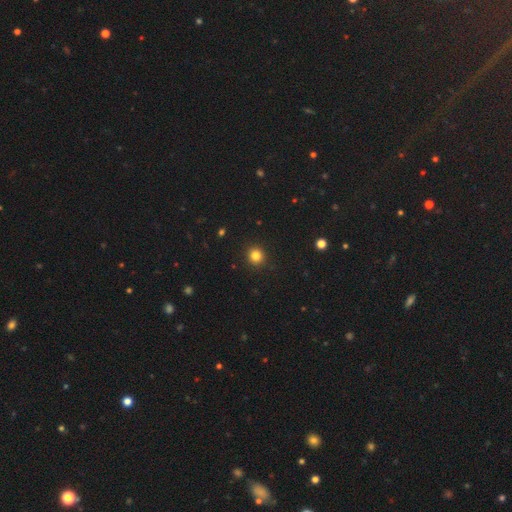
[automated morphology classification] A smooth galaxy with no disk features (83%) that is round (91%). Merging: none (93%).